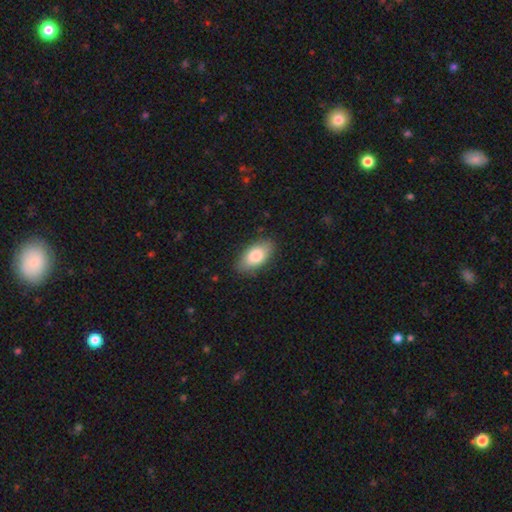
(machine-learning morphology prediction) The model was most divided on "smooth or featured": smooth: 82%, featured or disk: 11%, star or artifact: 6%. More confident: how rounded — in between (93%); merging — none (85%).